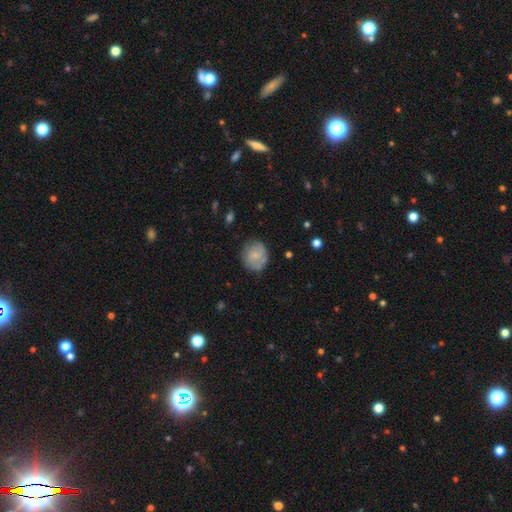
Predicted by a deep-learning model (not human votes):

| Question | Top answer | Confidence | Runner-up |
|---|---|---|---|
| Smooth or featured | smooth | 63% | featured or disk (30%) |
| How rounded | round | 85% | in between (14%) |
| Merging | none | 72% | minor disturbance (20%) |